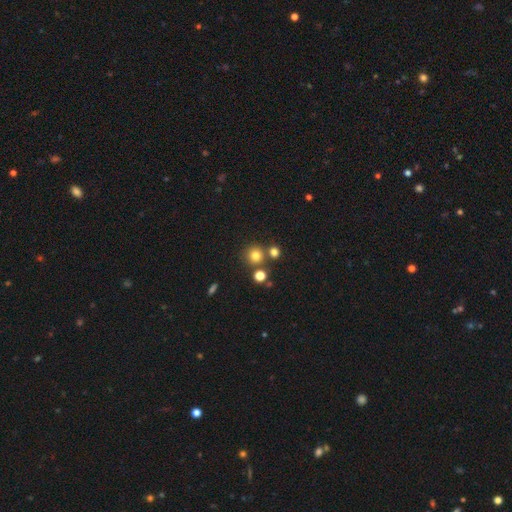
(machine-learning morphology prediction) This appears to be a smooth galaxy with no disk features (77%) that is round (92%). Merging: none (74%).